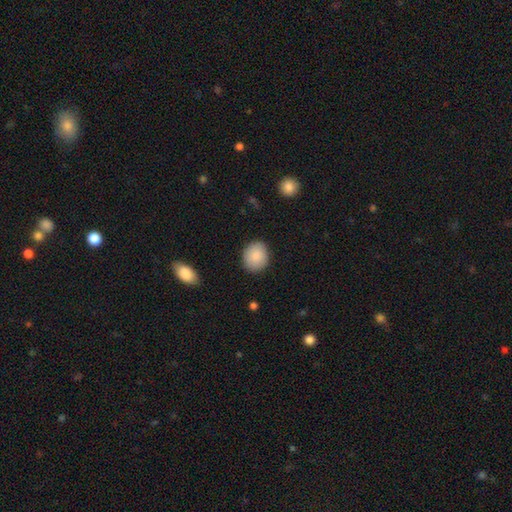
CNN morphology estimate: Q: Smooth or featured?
A: smooth (88%); runner-up: star or artifact (7%)
Q: How rounded?
A: round (66%); runner-up: in between (33%)
Q: Merging?
A: none (87%); runner-up: minor disturbance (9%)